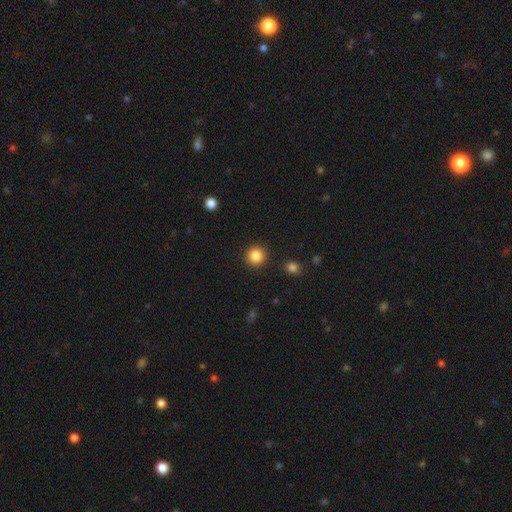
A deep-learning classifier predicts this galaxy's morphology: smooth 86%, star or artifact 10%, featured or disk 4%. Down the decision tree: how rounded — round (94%); merging — none (91%).